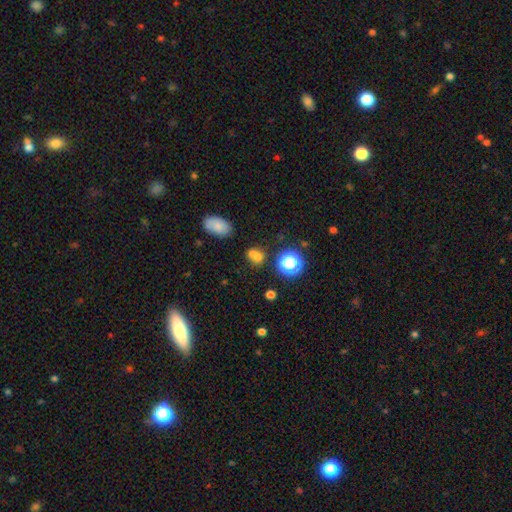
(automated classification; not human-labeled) Smooth or featured? smooth (67%)
How rounded? round (60%)
Merging? none (47%)